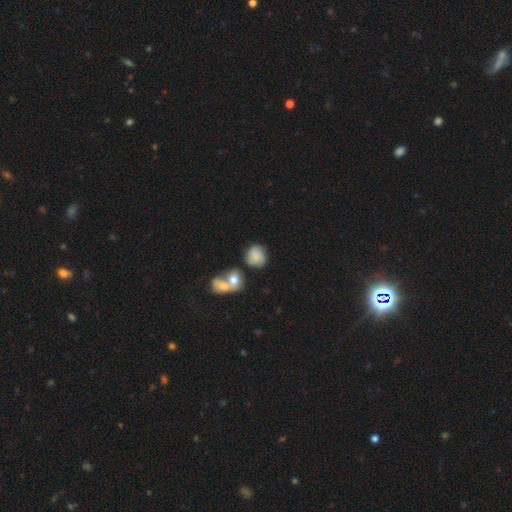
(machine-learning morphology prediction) A smooth galaxy with no disk features (65%) that is round (70%).

Vote fractions:
- Smooth or featured? smooth: 65% / featured or disk: 25% / star or artifact: 9%
- How rounded? round: 70% / in between: 29% / cigar-shaped: 1%
- Merging? none: 56% / minor disturbance: 20% / merger: 18% / major disturbance: 7%